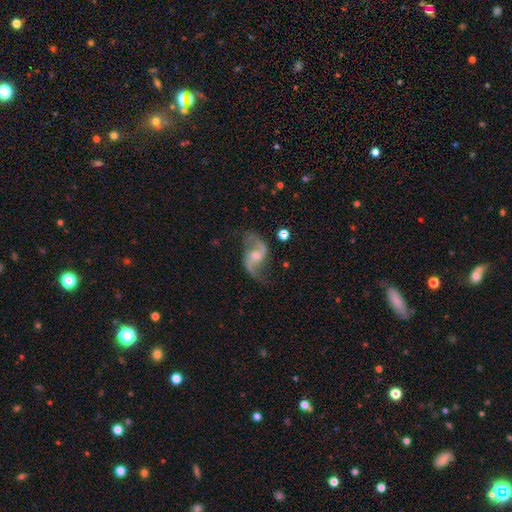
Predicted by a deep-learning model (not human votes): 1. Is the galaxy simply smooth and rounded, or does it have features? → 89% featured or disk, 5% smooth, 5% star or artifact.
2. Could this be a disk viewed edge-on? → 97% no, 3% yes.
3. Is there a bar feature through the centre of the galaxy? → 45% no, 43% weak, 11% strong.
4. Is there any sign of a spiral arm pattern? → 97% yes, 3% no.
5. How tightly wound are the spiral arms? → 73% loose, 23% medium, 4% tight.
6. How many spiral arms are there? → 93% 2, 2% 1, 2% can't tell, 1% 3, 1% 4, 1% more than 4.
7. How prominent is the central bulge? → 53% moderate, 31% small, 7% large, 7% none, 1% dominant.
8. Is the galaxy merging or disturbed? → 74% none, 15% minor disturbance, 8% major disturbance, 2% merger.